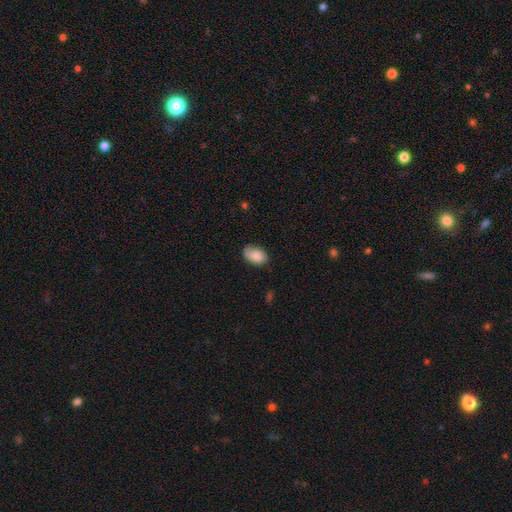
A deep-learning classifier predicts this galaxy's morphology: The model was most divided on "merging": none: 67%, minor disturbance: 26%, major disturbance: 6%, merger: 2%. More confident: how rounded — in between (90%); smooth or featured — smooth (82%).